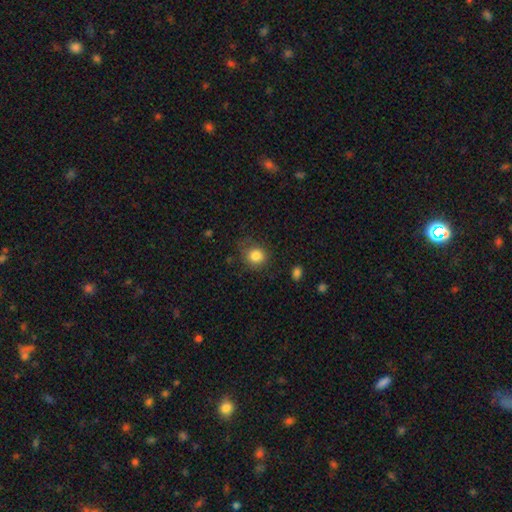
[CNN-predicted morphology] Overall: smooth (83%). How rounded: round (77%). Merging: none (69%).